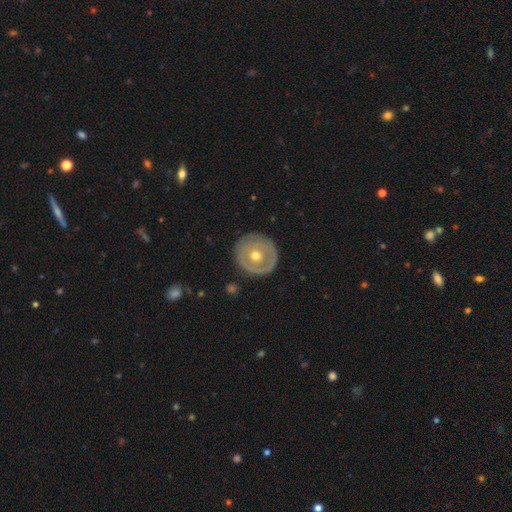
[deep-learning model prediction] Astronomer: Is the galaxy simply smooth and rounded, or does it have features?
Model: featured or disk — 56% (runner-up: smooth, 39%).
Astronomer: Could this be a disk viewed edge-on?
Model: no — 95%.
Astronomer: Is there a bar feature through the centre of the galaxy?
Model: no — 88%.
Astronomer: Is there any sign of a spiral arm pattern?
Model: no — 80%.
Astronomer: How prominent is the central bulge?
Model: moderate — 75%.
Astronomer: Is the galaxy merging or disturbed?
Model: none — 83%.